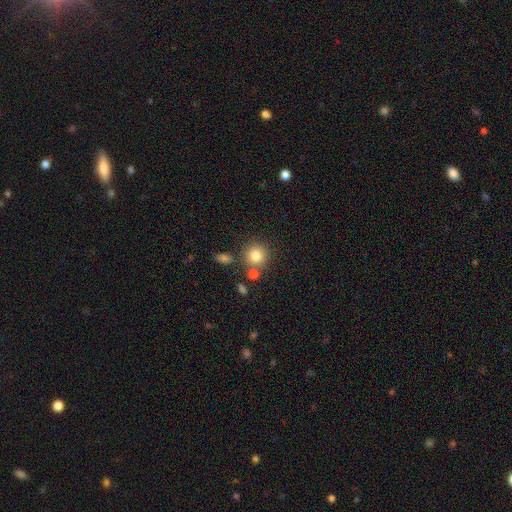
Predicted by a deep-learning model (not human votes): The model was most divided on "merging": none: 74%, merger: 12%, minor disturbance: 10%, major disturbance: 4%. More confident: how rounded — round (89%); smooth or featured — smooth (81%).